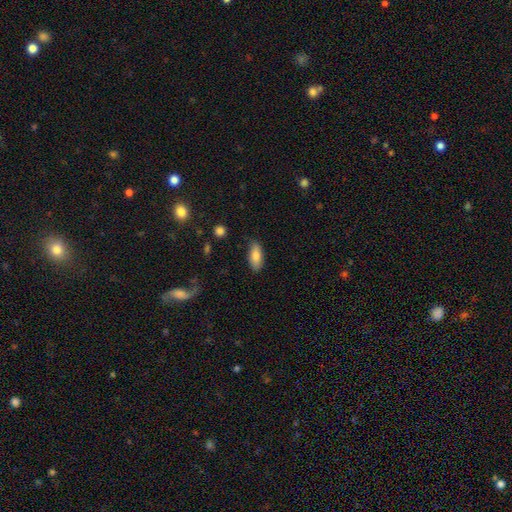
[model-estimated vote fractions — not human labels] A smooth galaxy with no disk features (83%) that is in between round and cigar-shaped (83%).

Vote fractions:
- Smooth or featured? smooth: 83% / featured or disk: 11% / star or artifact: 6%
- How rounded? in between: 83% / cigar-shaped: 15% / round: 2%
- Merging? none: 80% / minor disturbance: 16% / major disturbance: 3% / merger: 1%